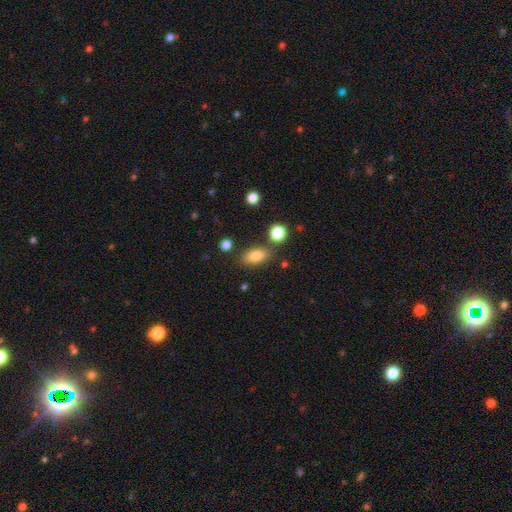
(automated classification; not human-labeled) smooth_or_featured: smooth (p=0.82) [alt: star or artifact p=0.09]
how_rounded: in between (p=0.85) [alt: round p=0.08]
merging: none (p=0.79) [alt: minor disturbance p=0.12]